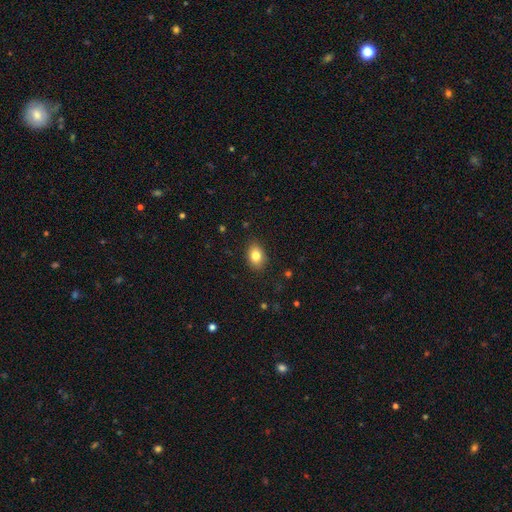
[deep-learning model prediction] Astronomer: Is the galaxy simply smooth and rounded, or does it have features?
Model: smooth — 82%.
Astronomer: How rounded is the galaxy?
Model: in between — 78%.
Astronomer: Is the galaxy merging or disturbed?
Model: none — 87%.